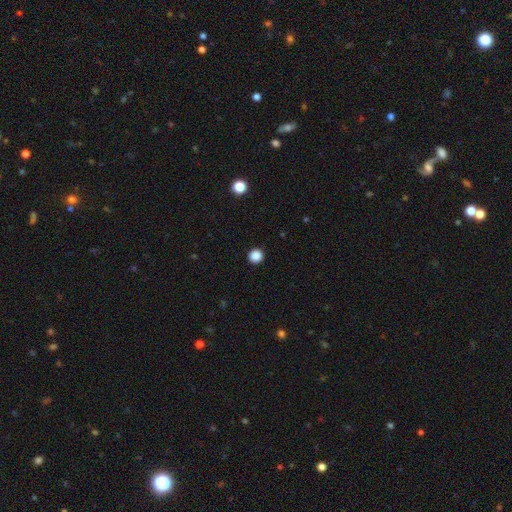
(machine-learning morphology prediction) smooth_or_featured: smooth (p=0.87) [alt: star or artifact p=0.11]
how_rounded: round (p=0.93) [alt: in between p=0.06]
merging: none (p=0.93) [alt: minor disturbance p=0.04]